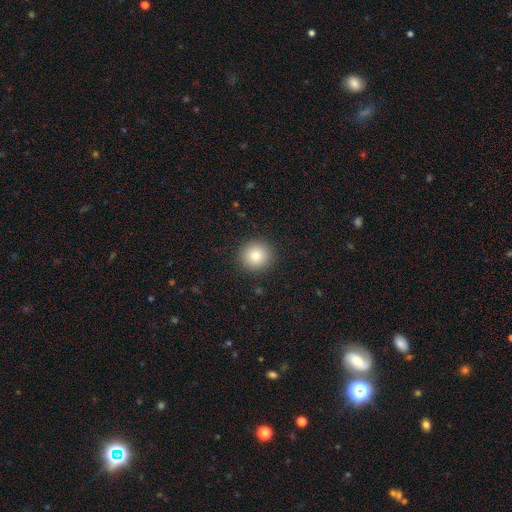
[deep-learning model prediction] Smooth or featured: smooth — 83% (star or artifact — 10%)
How rounded: round — 93% (in between — 6%)
Merging: none — 91% (minor disturbance — 6%)